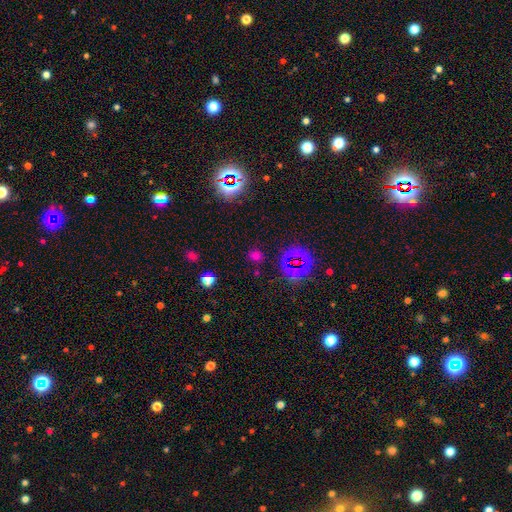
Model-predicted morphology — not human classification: This appears to be a smooth galaxy with no disk features (57%) that is round (80%). Merging: none (84%).